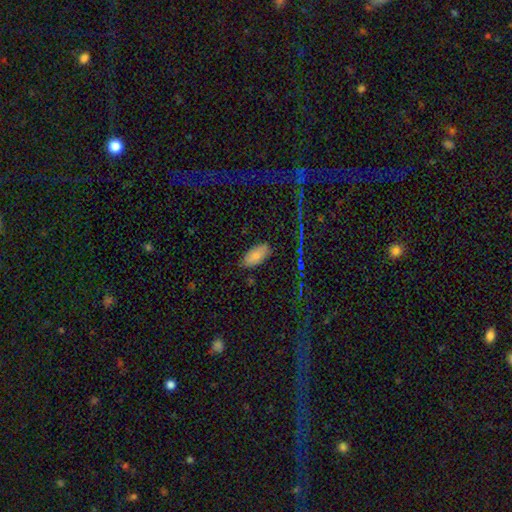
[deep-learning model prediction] A smooth galaxy with no disk features (82%) that is in between round and cigar-shaped (93%). Merging: none (82%).